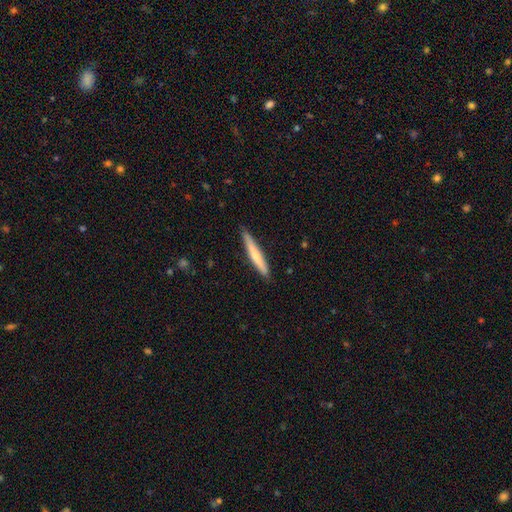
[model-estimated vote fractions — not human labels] Smooth or featured? smooth (63%)
How rounded? cigar-shaped (96%)
Merging? none (88%)